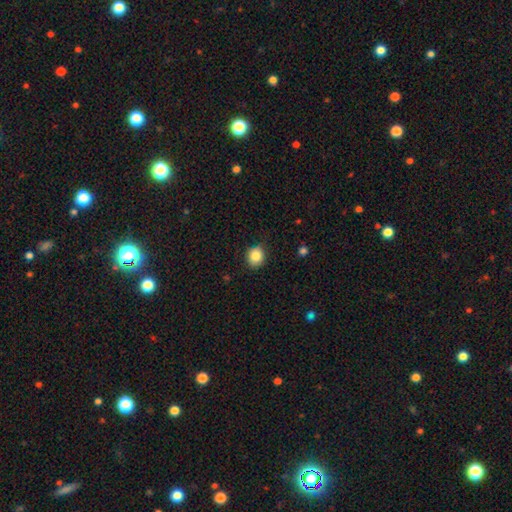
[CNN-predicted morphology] Smooth or featured?
  - smooth: 85% *
  - star or artifact: 10%
  - featured or disk: 6%
How rounded?
  - round: 78% *
  - in between: 21%
  - cigar-shaped: 1%
Merging?
  - none: 81% *
  - minor disturbance: 15%
  - major disturbance: 3%
  - merger: 1%